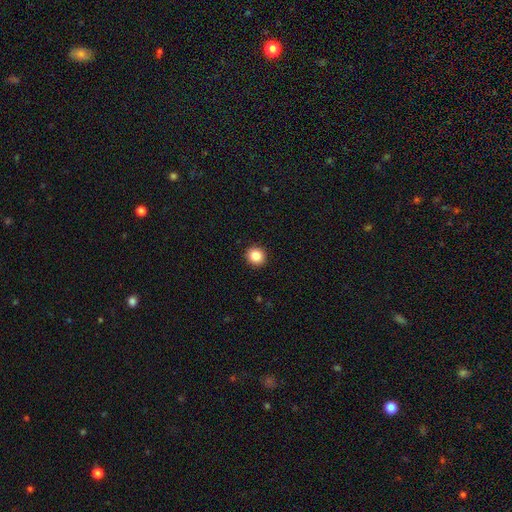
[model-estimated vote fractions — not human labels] smooth 86%, star or artifact 10%, featured or disk 4%. Down the decision tree: how rounded — round (89%); merging — none (92%).